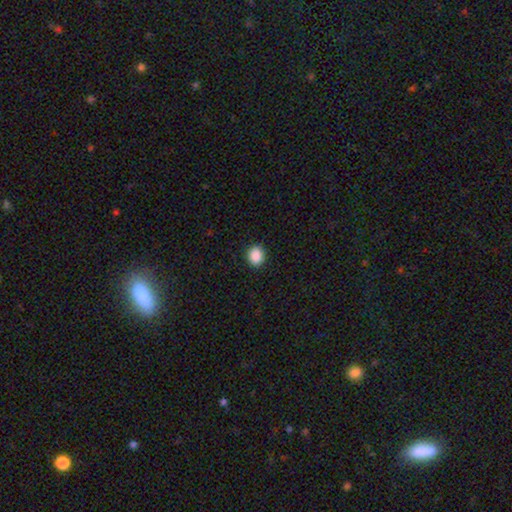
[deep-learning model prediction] Smooth or featured: smooth — 89% (star or artifact — 8%)
How rounded: round — 61% (in between — 38%)
Merging: none — 90% (minor disturbance — 7%)